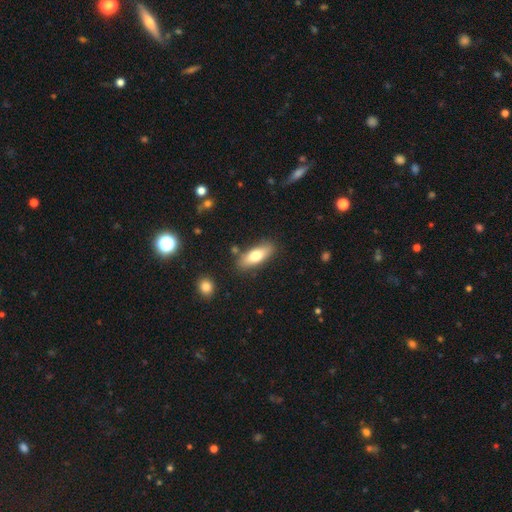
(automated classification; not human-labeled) Overall: smooth (72%). How rounded: in between (68%; cigar-shaped 29%). Merging: none (82%).